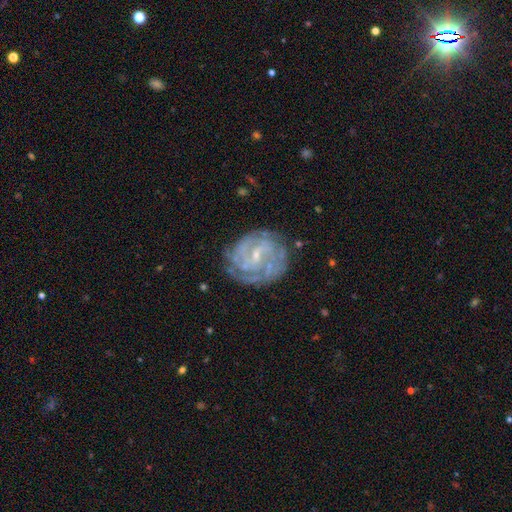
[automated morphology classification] type=featured or disk (83%); edge-on=no (98%); bar=weak (53%); spiral arms=yes (92%); winding=tight (65%); arm count=can't tell (34%); bulge=small (73%); merging=none (73%).